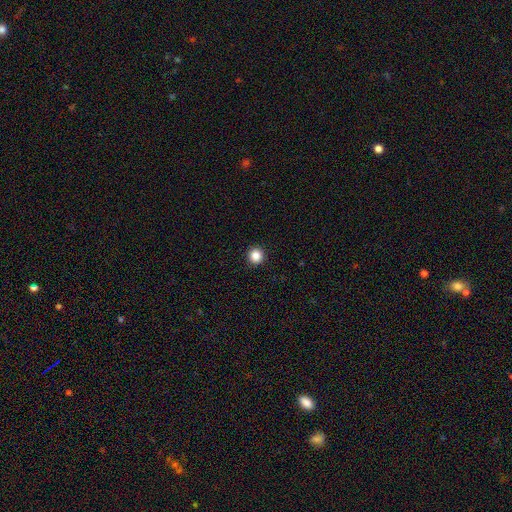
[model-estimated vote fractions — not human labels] This is clearly a smooth galaxy (85%). How rounded: clearly round (96%). Merging: clearly none (94%).